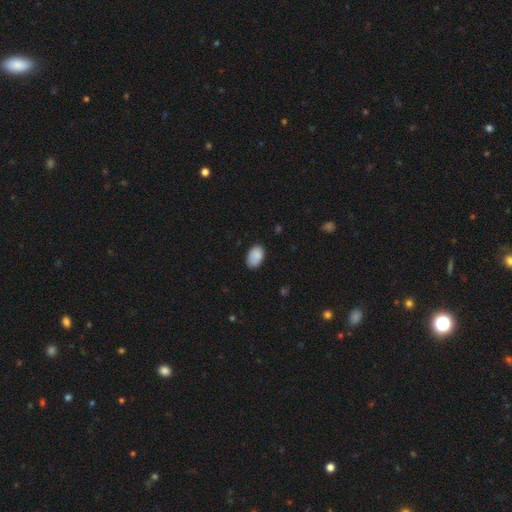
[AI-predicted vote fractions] This is clearly a smooth galaxy (88%). How rounded: clearly in between (91%). Merging: clearly none (80%).